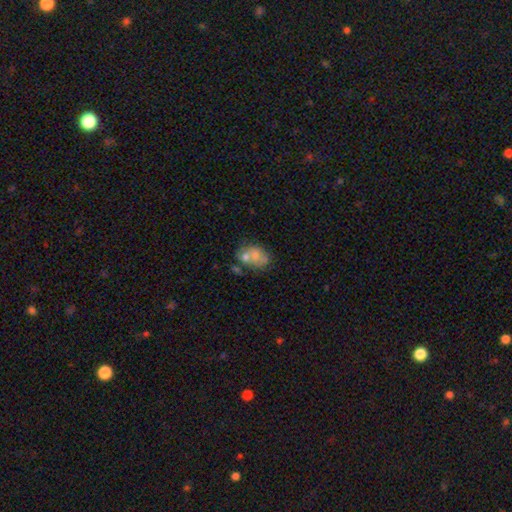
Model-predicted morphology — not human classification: Smooth or featured: smooth — 61% (featured or disk — 30%)
How rounded: in between — 74% (round — 25%)
Merging: merger — 38% (none — 32%)